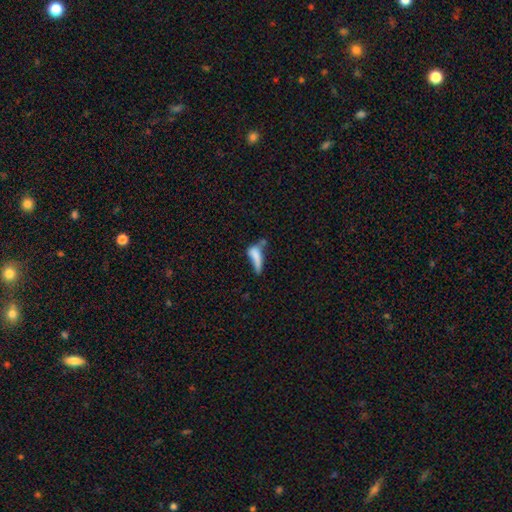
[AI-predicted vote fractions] Smooth or featured? Predicted: smooth (p=0.67). How rounded? Predicted: cigar-shaped (p=0.49). Merging? Predicted: major disturbance (p=0.26, tied with merger).